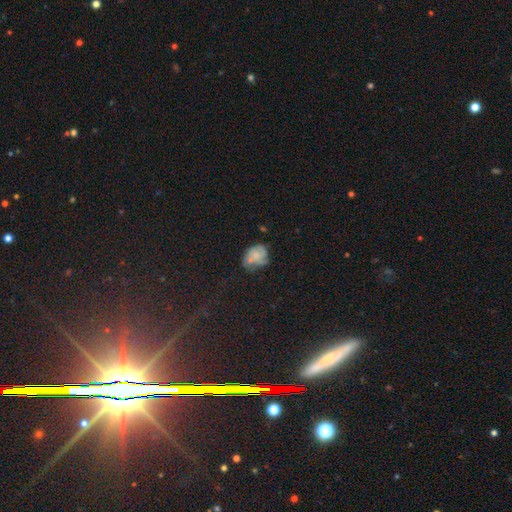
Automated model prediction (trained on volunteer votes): This appears to be a smooth galaxy with no disk features (49%). Merging: none (44%).